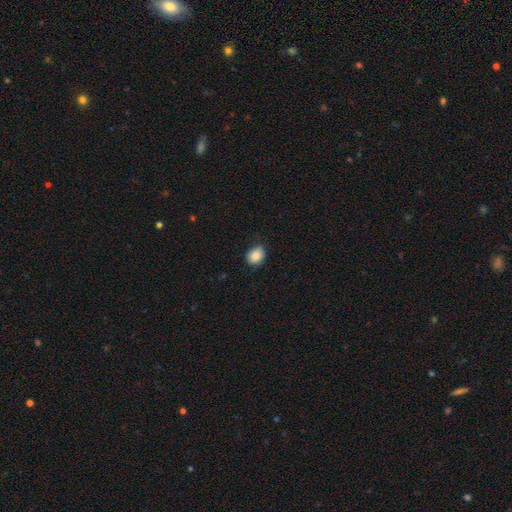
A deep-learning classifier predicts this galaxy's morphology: Smooth or featured? smooth (86%)
How rounded? in between (52%)
Merging? none (76%)